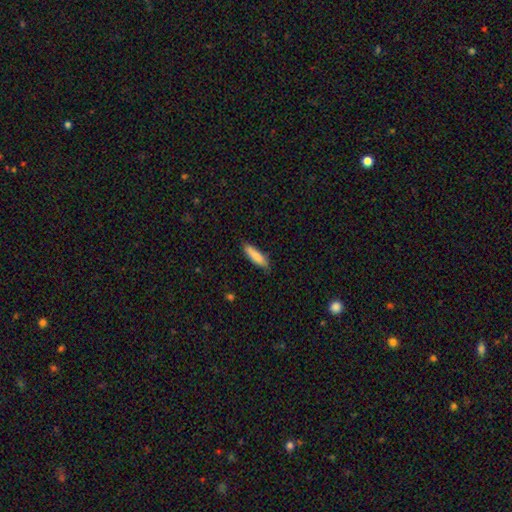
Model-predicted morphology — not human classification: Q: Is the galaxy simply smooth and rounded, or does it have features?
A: smooth — 86%.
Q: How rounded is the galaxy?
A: cigar-shaped — 67%.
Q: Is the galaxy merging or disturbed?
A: none — 81%.